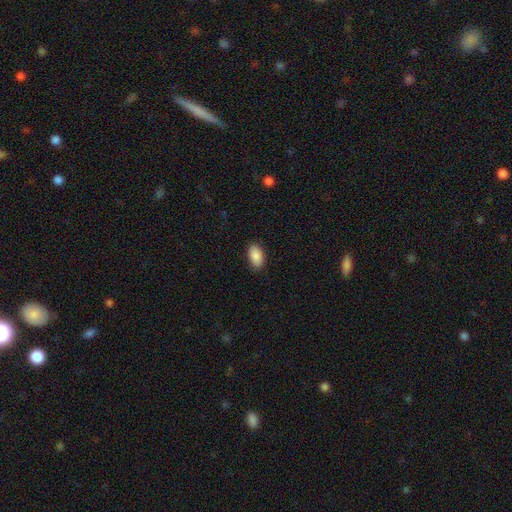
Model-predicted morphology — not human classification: A smooth galaxy with no disk features (89%) that is in between round and cigar-shaped (94%). Merging: none (86%).